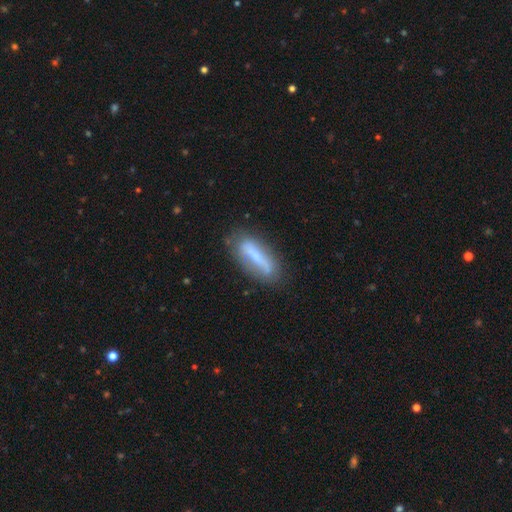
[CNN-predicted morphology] A smooth galaxy with no disk features (48%). Merging: none (74%).